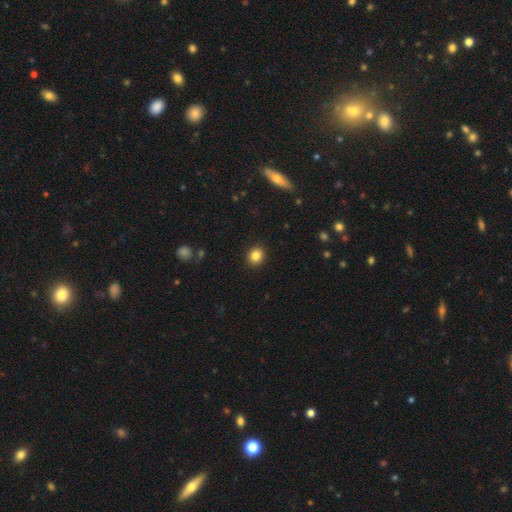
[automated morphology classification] Smooth or featured? smooth (84%)
How rounded? round (79%)
Merging? none (91%)